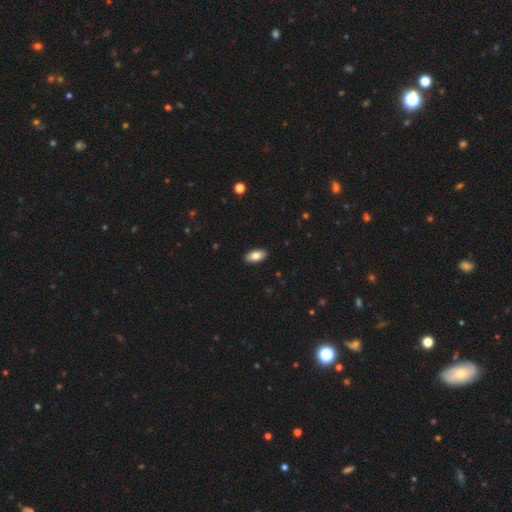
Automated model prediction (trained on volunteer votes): Smooth or featured? Predicted: smooth (p=0.82). How rounded? Predicted: in between (p=0.93). Merging? Predicted: none (p=0.91).